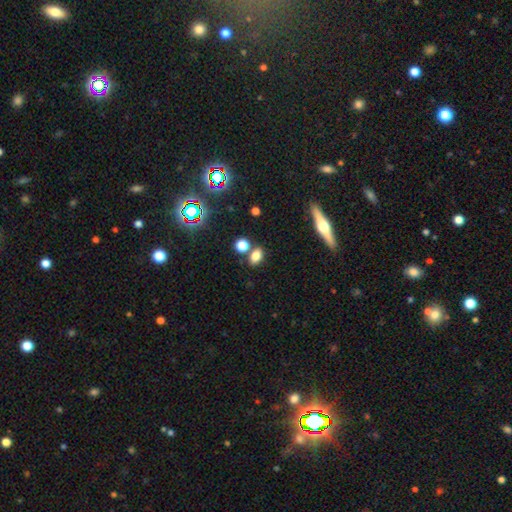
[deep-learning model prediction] A smooth galaxy with no disk features (77%) that is in between round and cigar-shaped (77%).

Vote fractions:
- Smooth or featured? smooth: 77% / star or artifact: 14% / featured or disk: 9%
- How rounded? in between: 77% / round: 20% / cigar-shaped: 3%
- Merging? none: 70% / merger: 15% / minor disturbance: 11% / major disturbance: 3%